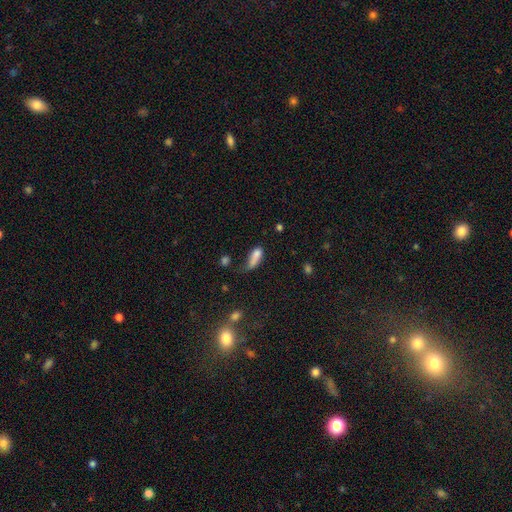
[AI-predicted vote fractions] The model was most divided on "merging": major disturbance: 32%, minor disturbance: 29%, none: 26%, merger: 12%. More confident: smooth or featured — smooth (75%); how rounded — in between (70%).